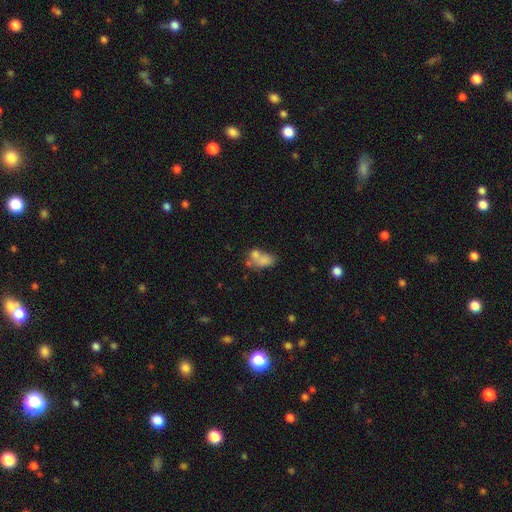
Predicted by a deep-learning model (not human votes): Smooth or featured? smooth (53%)
How rounded? in between (61%)
Merging? none (43%)